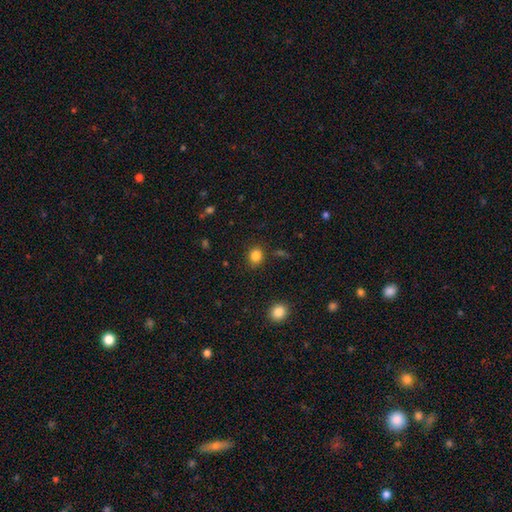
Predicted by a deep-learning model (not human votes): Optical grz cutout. It shows a smooth galaxy with no disk features (84%) that is round (70%). Merging: none (86%).